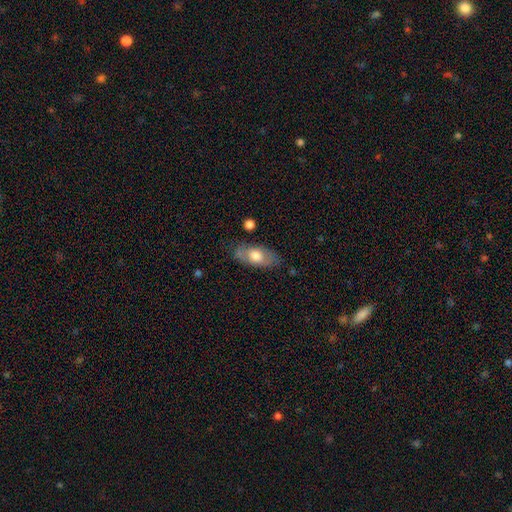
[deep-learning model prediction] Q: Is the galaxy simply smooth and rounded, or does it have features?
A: smooth — 61%.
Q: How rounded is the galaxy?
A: in between — 87%.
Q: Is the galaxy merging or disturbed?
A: none — 75%.